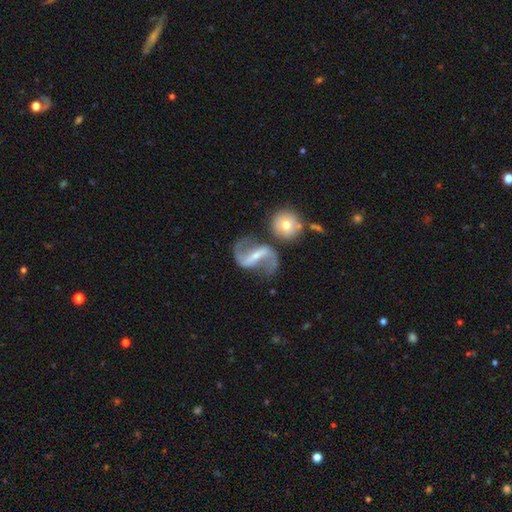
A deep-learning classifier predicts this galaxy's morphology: smooth-or-featured: featured or disk: 89% | smooth: 6% | star or artifact: 5%
  disk-edge-on: no: 97% | yes: 3%
    bar: strong: 70% | weak: 22% | no: 8%
    has-spiral-arms: yes: 95% | no: 5%
      spiral-winding: loose: 57% | medium: 36% | tight: 7%
      spiral-arm-count: 2: 93% | 1: 2% | can't tell: 2% | 3: 1% | 4: 1% | more than 4: 1%
    bulge-size: small: 61% | moderate: 31% | none: 5% | large: 2% | dominant: 1%
  merging: none: 69% | minor disturbance: 13% | merger: 9% | major disturbance: 9%